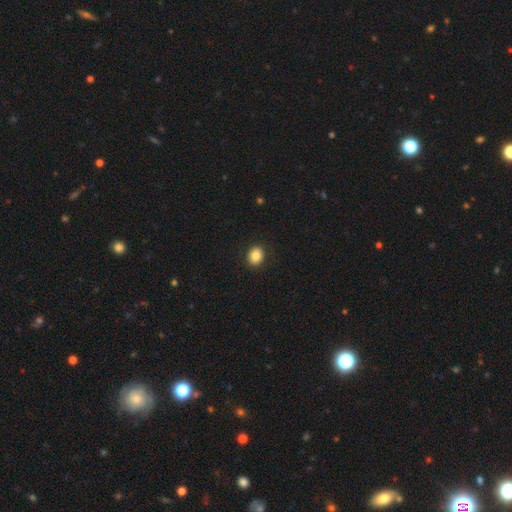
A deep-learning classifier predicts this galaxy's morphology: This appears to be a smooth galaxy with no disk features (85%) that is round (58%). Merging: none (90%).